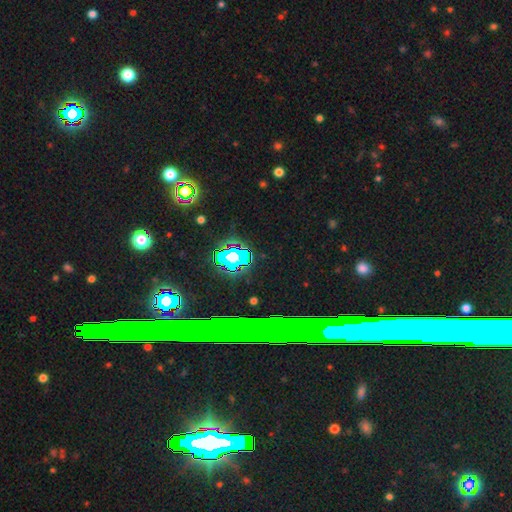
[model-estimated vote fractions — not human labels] This appears to be a star or artifact, not a galaxy (74%).